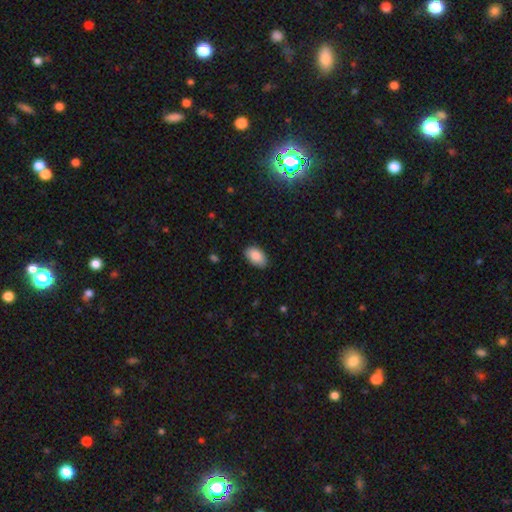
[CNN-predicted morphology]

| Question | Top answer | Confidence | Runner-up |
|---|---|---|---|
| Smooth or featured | smooth | 88% | star or artifact (7%) |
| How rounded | in between | 93% | round (6%) |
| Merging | none | 85% | minor disturbance (12%) |